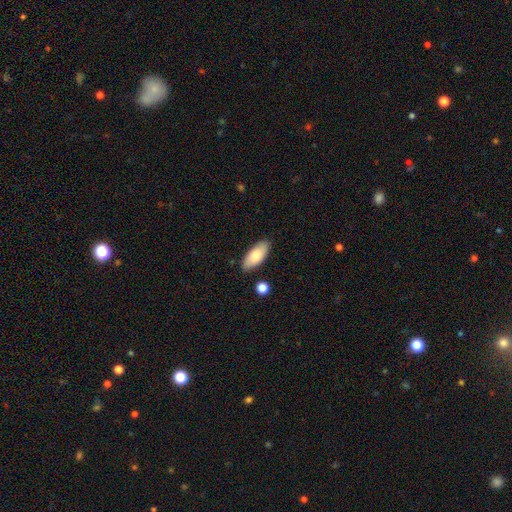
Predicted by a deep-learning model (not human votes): Smooth or featured: smooth — 79% (featured or disk — 15%)
How rounded: in between — 85% (cigar-shaped — 12%)
Merging: none — 84% (minor disturbance — 11%)